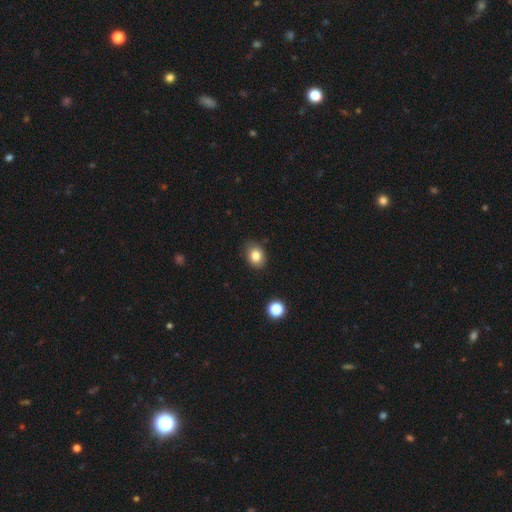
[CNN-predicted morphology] A smooth galaxy with no disk features (84%) that is in between round and cigar-shaped (58%).

Vote fractions:
- Smooth or featured? smooth: 84% / star or artifact: 10% / featured or disk: 6%
- How rounded? in between: 58% / round: 41% / cigar-shaped: 1%
- Merging? none: 81% / minor disturbance: 15% / major disturbance: 3% / merger: 2%